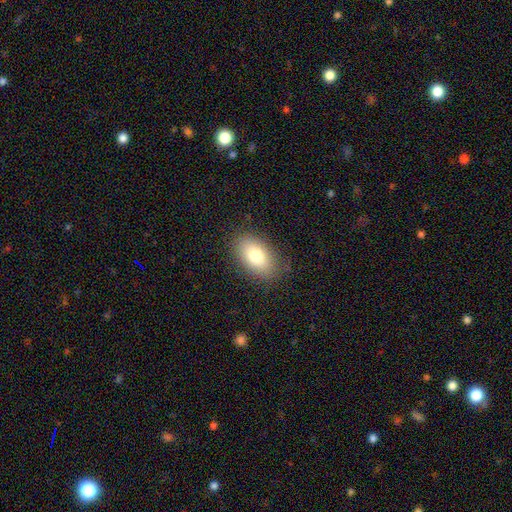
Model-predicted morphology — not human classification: smooth_or_featured: smooth (p=0.79) [alt: featured or disk p=0.13]
how_rounded: in between (p=0.92) [alt: round p=0.07]
merging: none (p=0.84) [alt: minor disturbance p=0.12]